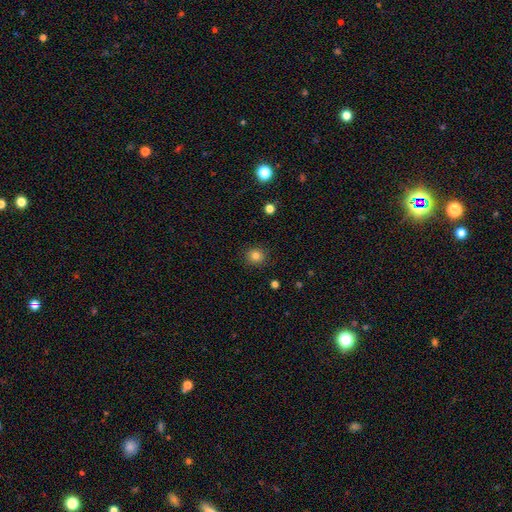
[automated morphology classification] This is clearly a smooth galaxy (82%). How rounded: clearly round (90%). Merging: clearly none (90%).